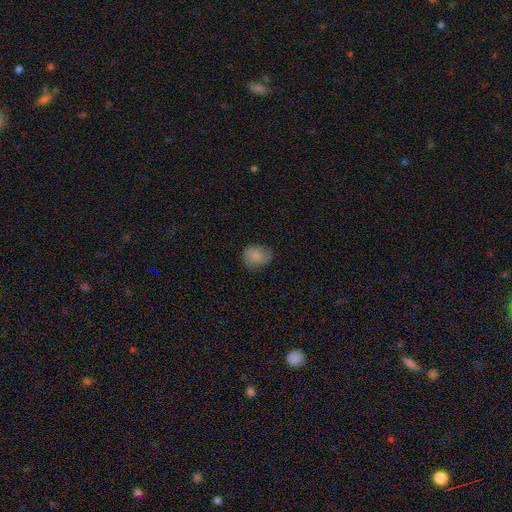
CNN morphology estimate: Overall: smooth (83%). How rounded: round (52%; in between 47%). Merging: none (71%).